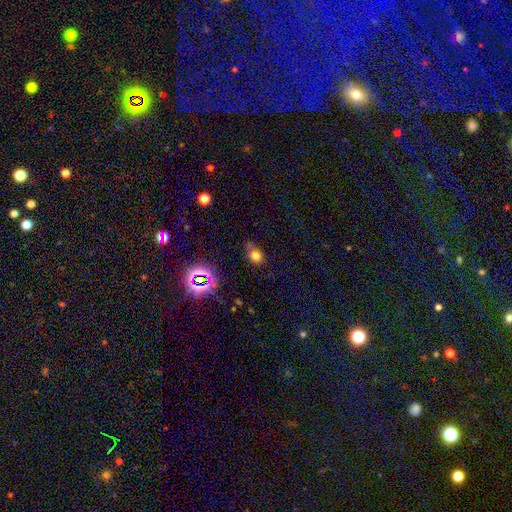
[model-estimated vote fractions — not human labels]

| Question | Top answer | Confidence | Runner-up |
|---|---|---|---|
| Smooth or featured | smooth | 71% | star or artifact (20%) |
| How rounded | in between | 50% | round (49%) |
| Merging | none | 58% | minor disturbance (27%) |